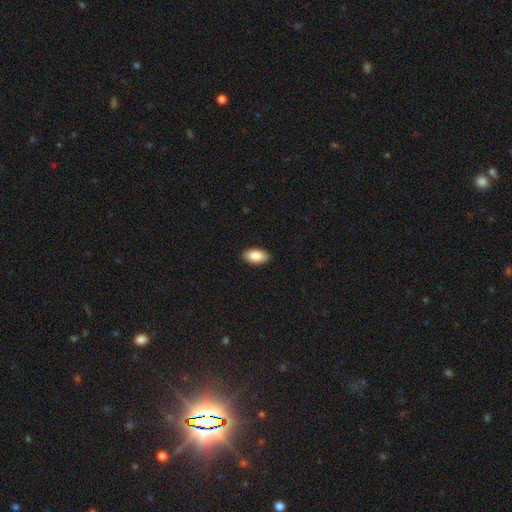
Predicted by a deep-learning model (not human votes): Morphology: type=smooth (88%); roundness=in between (94%); merging=none (90%).